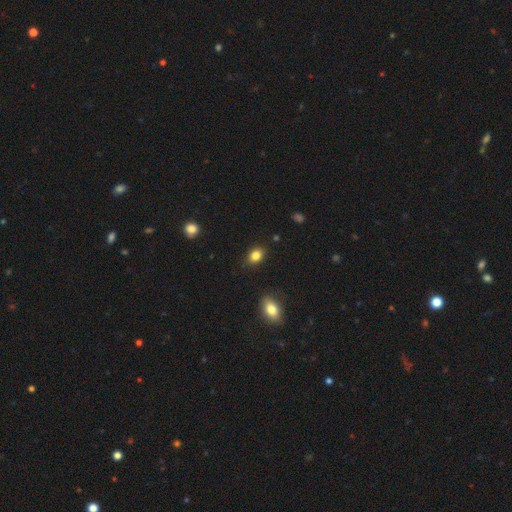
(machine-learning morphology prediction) This is clearly a smooth galaxy (85%). How rounded: likely in between (73%). Merging: clearly none (86%).